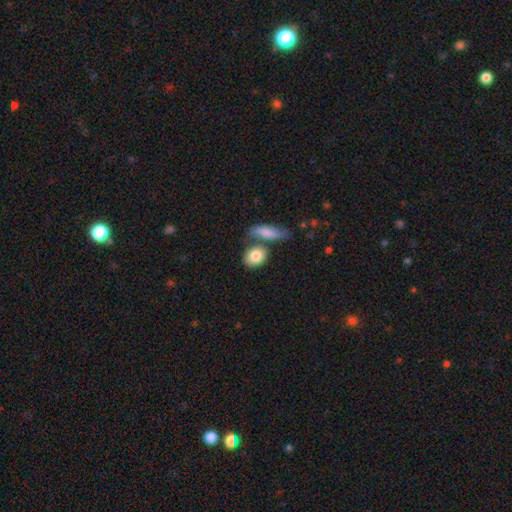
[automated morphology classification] This is clearly a smooth galaxy (83%). How rounded: possibly in between (53%). Merging: possibly none (54%).